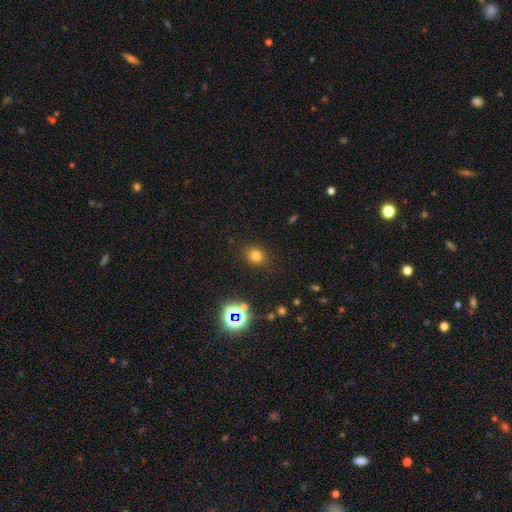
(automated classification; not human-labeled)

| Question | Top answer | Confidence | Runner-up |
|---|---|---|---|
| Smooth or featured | smooth | 74% | star or artifact (19%) |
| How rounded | round | 65% | in between (34%) |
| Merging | none | 87% | minor disturbance (8%) |